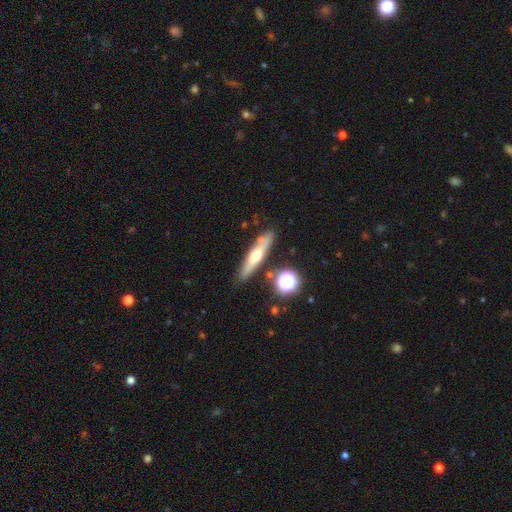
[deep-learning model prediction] A smooth galaxy with no disk features (47%). Merging: none (80%).